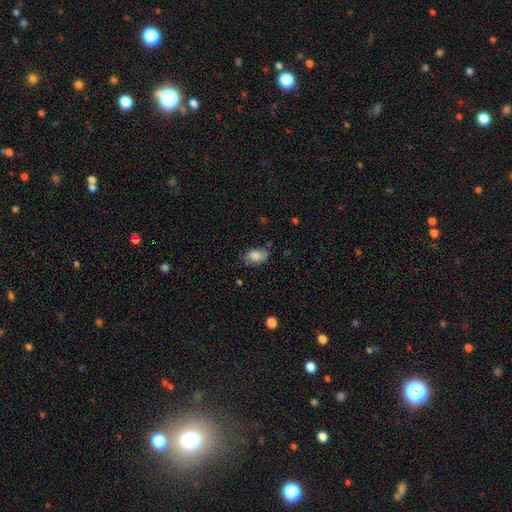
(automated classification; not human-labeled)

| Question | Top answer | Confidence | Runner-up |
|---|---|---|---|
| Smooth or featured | smooth | 83% | featured or disk (9%) |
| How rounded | in between | 87% | round (12%) |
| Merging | none | 66% | minor disturbance (26%) |